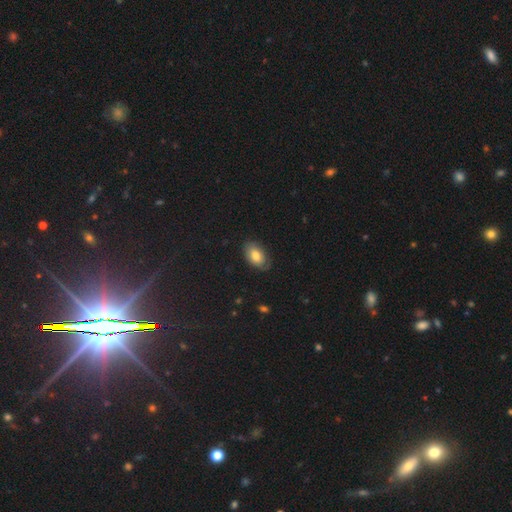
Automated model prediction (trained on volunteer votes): This is likely a smooth galaxy (74%). How rounded: clearly in between (92%). Merging: likely none (77%).